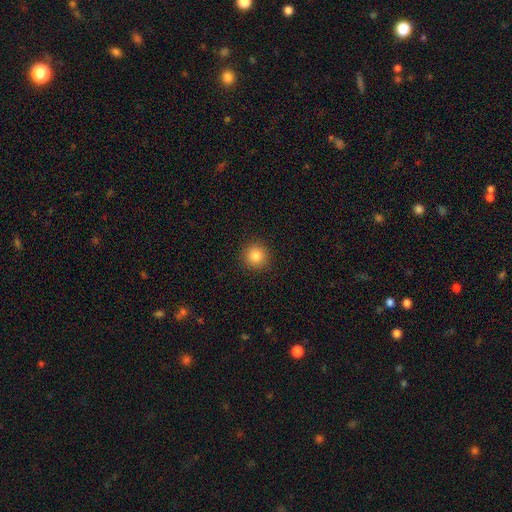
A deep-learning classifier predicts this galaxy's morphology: Smooth or featured? smooth (83%)
How rounded? round (95%)
Merging? none (92%)